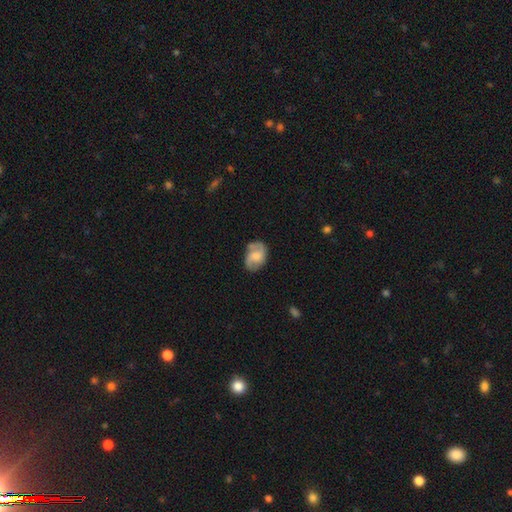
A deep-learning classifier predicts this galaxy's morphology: Smooth or featured?
  - featured or disk: 58% *
  - smooth: 35%
  - star or artifact: 7%
Edge-on disk?
  - no: 97% *
  - yes: 3%
Bar?
  - no: 53% *
  - weak: 39%
  - strong: 7%
Spiral arms?
  - yes: 87% *
  - no: 13%
Bulge size?
  - moderate: 46% *
  - small: 30%
  - none: 12%
  - large: 10%
  - dominant: 2%
Merging?
  - none: 66% *
  - minor disturbance: 24%
  - major disturbance: 8%
  - merger: 3%